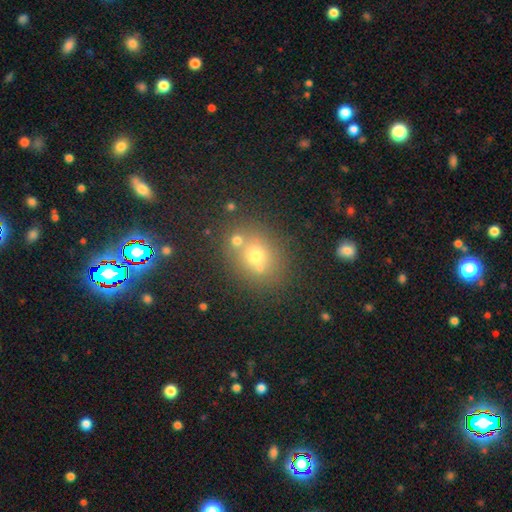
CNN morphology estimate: A smooth galaxy with no disk features (63%) that is round (65%).

Vote fractions:
- Smooth or featured? smooth: 63% / star or artifact: 20% / featured or disk: 17%
- How rounded? round: 65% / in between: 34% / cigar-shaped: 1%
- Merging? none: 63% / merger: 22% / minor disturbance: 11% / major disturbance: 4%